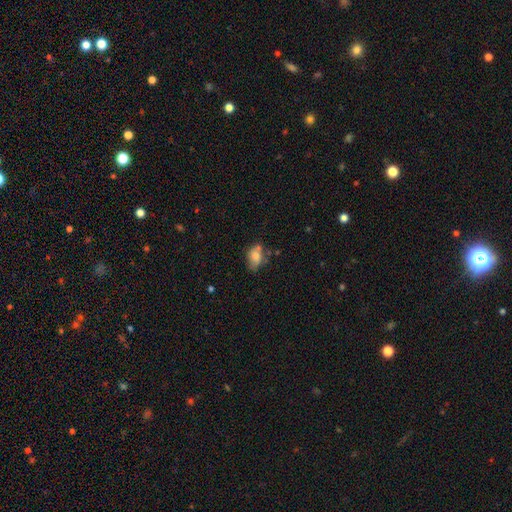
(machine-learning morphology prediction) Smooth or featured? Predicted: smooth (p=0.76). How rounded? Predicted: in between (p=0.82). Merging? Predicted: none (p=0.51).